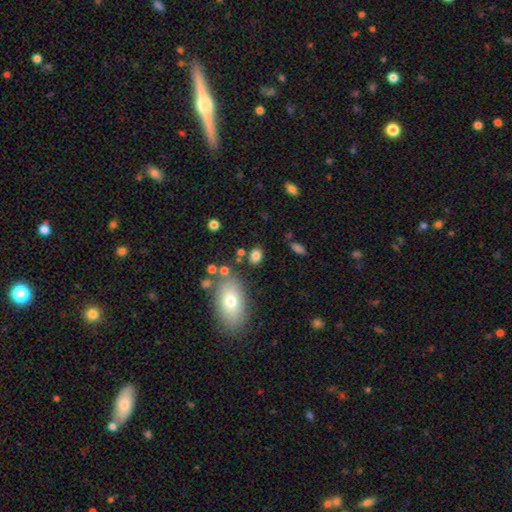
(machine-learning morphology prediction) This is clearly a smooth galaxy (81%). How rounded: likely in between (66%). Merging: likely none (76%).